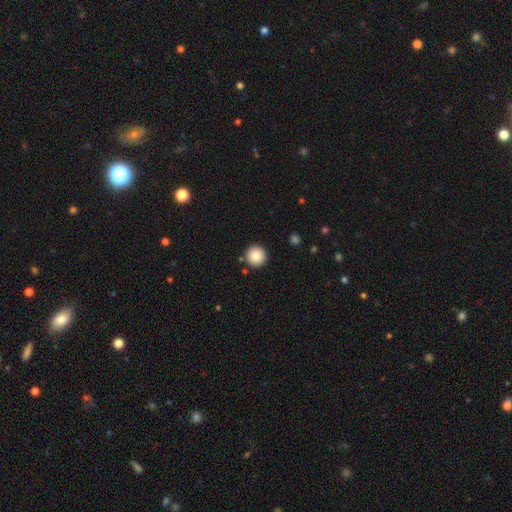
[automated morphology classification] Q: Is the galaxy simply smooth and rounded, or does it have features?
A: smooth — 85%.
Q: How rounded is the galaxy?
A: round — 96%.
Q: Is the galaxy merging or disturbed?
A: none — 90%.